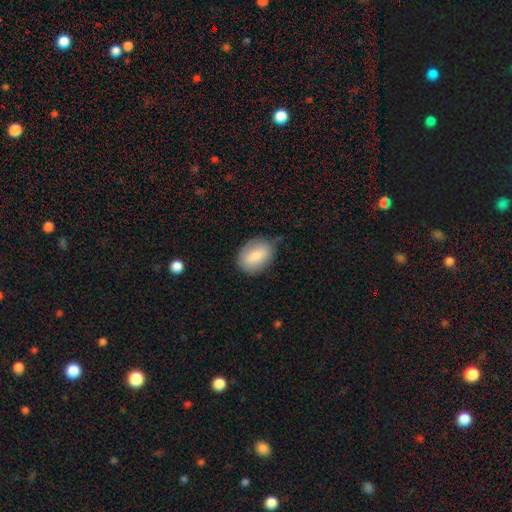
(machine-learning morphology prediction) Smooth or featured?
  - smooth: 80% *
  - featured or disk: 13%
  - star or artifact: 7%
How rounded?
  - in between: 77% *
  - round: 22%
  - cigar-shaped: 1%
Merging?
  - none: 75% *
  - minor disturbance: 19%
  - major disturbance: 4%
  - merger: 2%